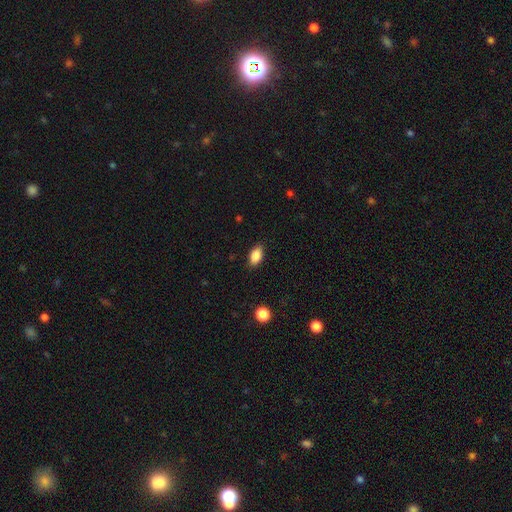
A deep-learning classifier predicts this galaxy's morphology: This appears to be a smooth galaxy with no disk features (86%) that is in between round and cigar-shaped (90%). Merging: none (86%).